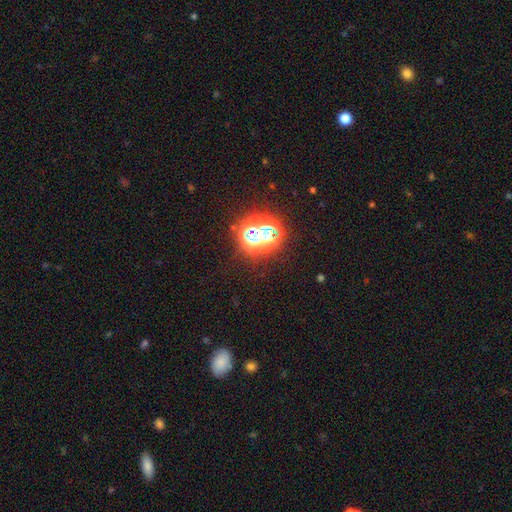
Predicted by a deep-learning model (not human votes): smooth_or_featured: star or artifact (p=0.75) [alt: smooth p=0.19]